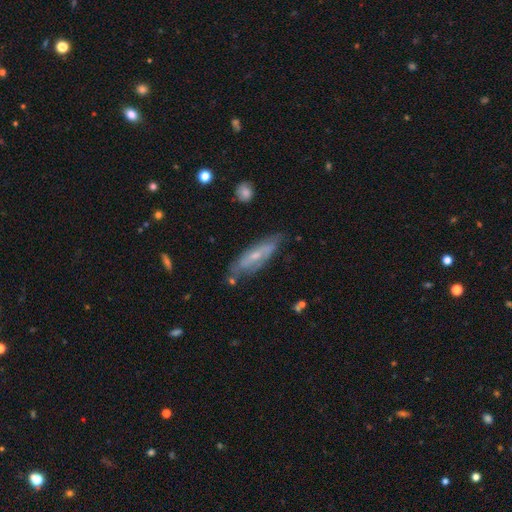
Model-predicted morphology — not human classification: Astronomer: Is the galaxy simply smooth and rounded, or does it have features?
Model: featured or disk — 62%.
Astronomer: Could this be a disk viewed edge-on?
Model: no — 62% (runner-up: yes, 38%).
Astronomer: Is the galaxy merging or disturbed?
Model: none — 68%.